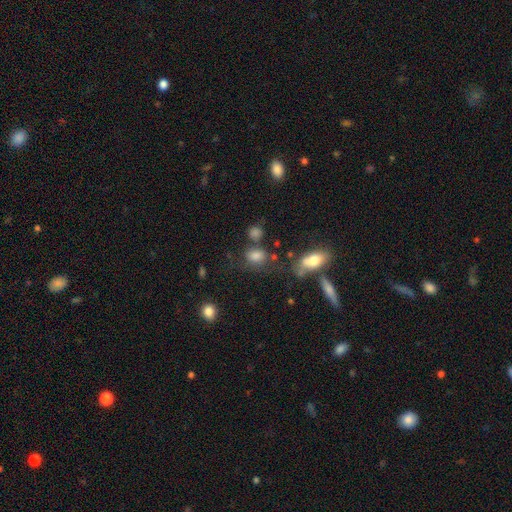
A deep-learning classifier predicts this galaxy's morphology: The model was most divided on "how rounded": in between: 58%, round: 40%, cigar-shaped: 2%. More confident: smooth or featured — smooth (77%); merging — none (53%).